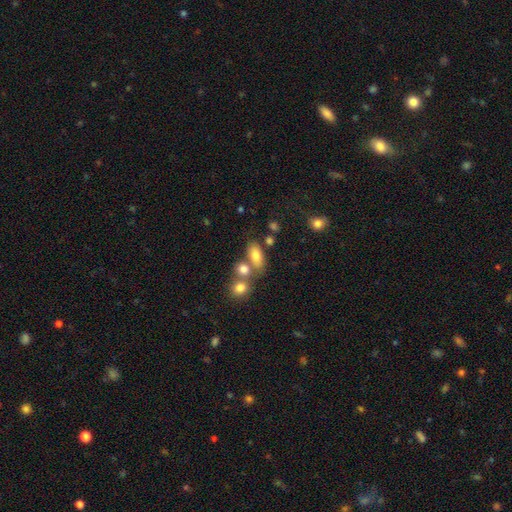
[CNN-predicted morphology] smooth_or_featured: smooth (p=0.76) [alt: featured or disk p=0.14]
how_rounded: in between (p=0.85) [alt: round p=0.11]
merging: none (p=0.52) [alt: merger p=0.31]